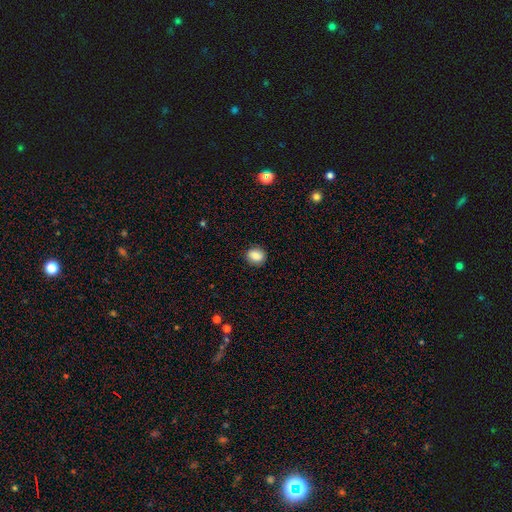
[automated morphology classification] Smooth or featured? Predicted: smooth (p=0.86). How rounded? Predicted: round (p=0.63). Merging? Predicted: none (p=0.86).